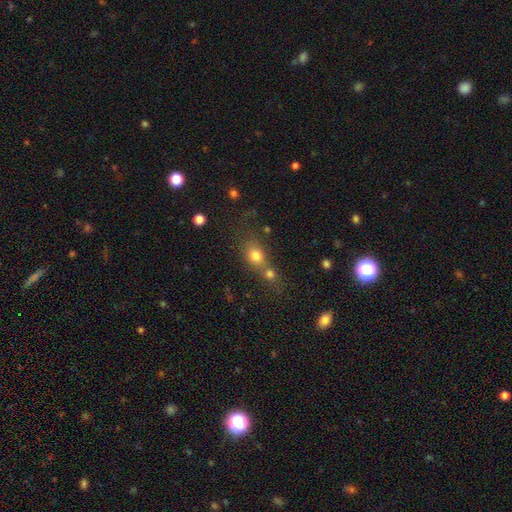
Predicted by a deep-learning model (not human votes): This appears to be a smooth galaxy with no disk features (76%) that is round (63%). Merging: merger (51%).